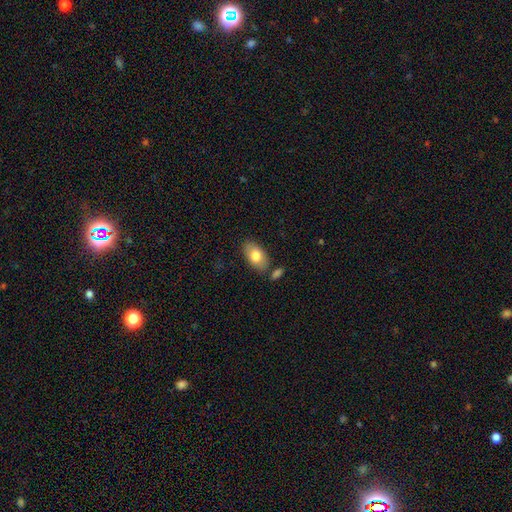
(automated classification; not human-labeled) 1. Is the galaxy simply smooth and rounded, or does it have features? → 78% smooth, 16% featured or disk, 6% star or artifact.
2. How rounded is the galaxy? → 93% in between, 5% round, 2% cigar-shaped.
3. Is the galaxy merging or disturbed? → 77% none, 13% minor disturbance, 7% merger, 3% major disturbance.